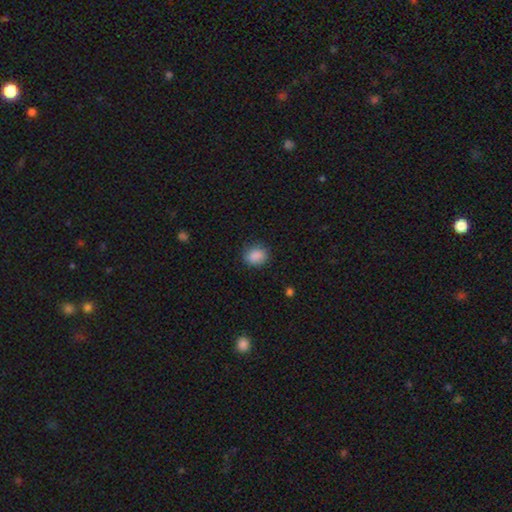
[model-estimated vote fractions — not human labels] Smooth or featured? smooth (88%)
How rounded? round (54%)
Merging? none (83%)